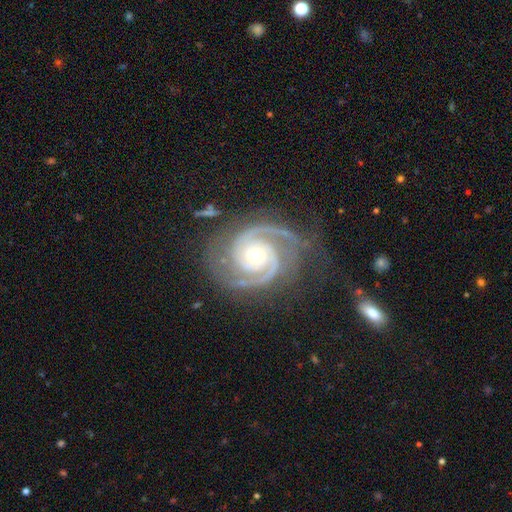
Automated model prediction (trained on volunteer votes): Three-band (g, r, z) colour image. It shows a featured or disk galaxy (94%) with no bar (73%), 2 (81%) tight (64%) spiral arms (99%) and a moderate central bulge (50%). Merging: none (76%).